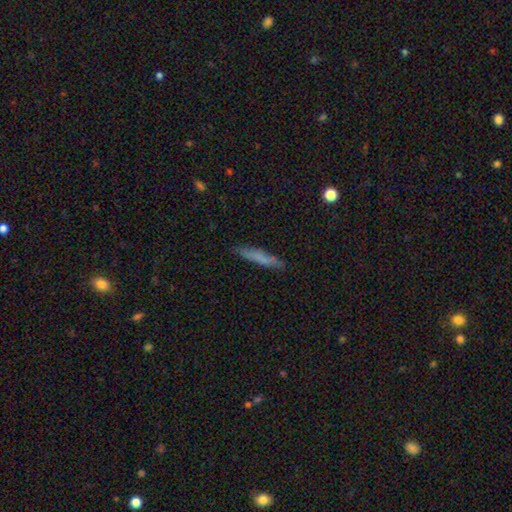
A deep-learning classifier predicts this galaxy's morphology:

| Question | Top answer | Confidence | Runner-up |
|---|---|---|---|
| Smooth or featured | smooth | 67% | featured or disk (26%) |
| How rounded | cigar-shaped | 94% | in between (5%) |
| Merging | none | 88% | minor disturbance (9%) |